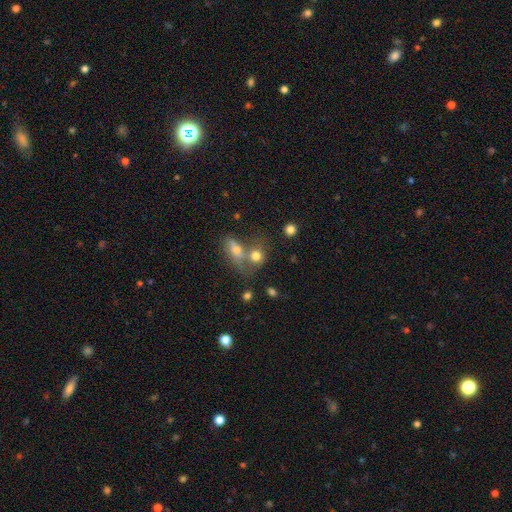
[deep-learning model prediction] smooth 74%, featured or disk 13%, star or artifact 13%. Down the decision tree: how rounded — round (62%); merging — merger (50%).